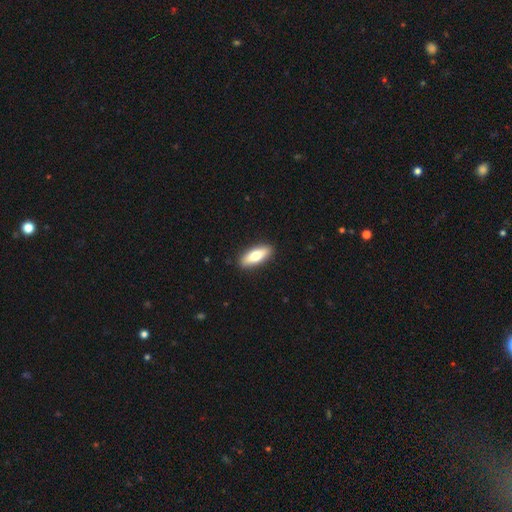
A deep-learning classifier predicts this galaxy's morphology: Smooth or featured? smooth (68%)
How rounded? in between (65%)
Merging? none (90%)